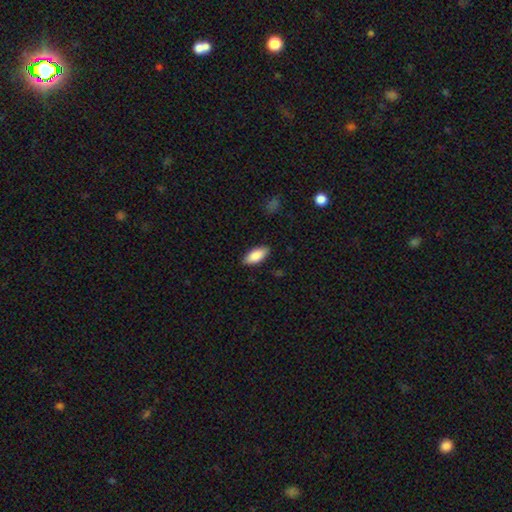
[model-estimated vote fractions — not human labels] smooth_or_featured: smooth (p=0.87) [alt: featured or disk p=0.07]
how_rounded: in between (p=0.89) [alt: cigar-shaped p=0.09]
merging: none (p=0.87) [alt: minor disturbance p=0.10]